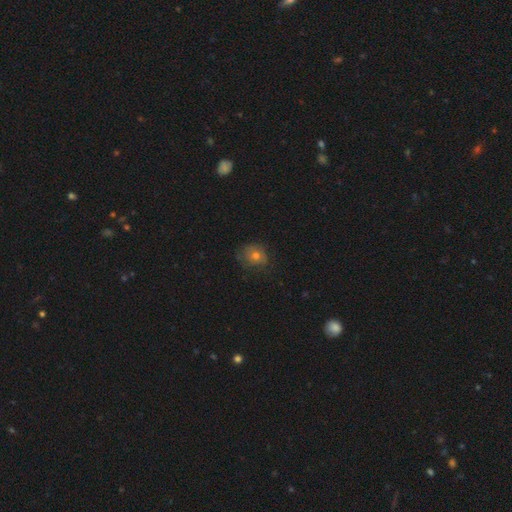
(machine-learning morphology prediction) A smooth galaxy with no disk features (57%) that is round (70%). Merging: none (67%).